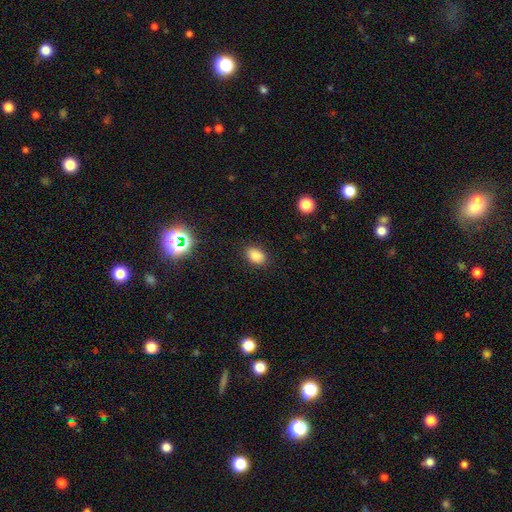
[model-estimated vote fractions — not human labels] Overall: smooth (82%). How rounded: in between (81%). Merging: none (86%).